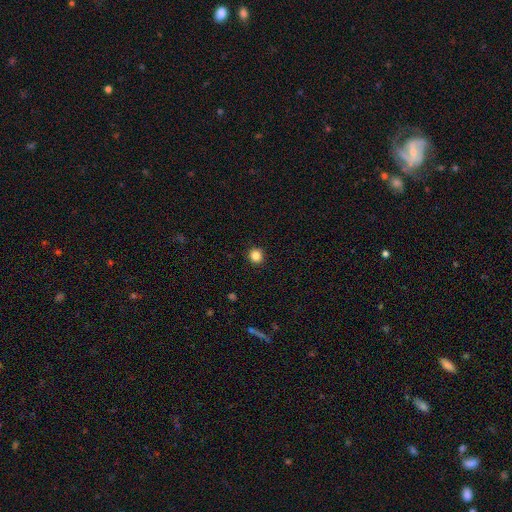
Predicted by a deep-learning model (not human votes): Smooth or featured: smooth — 86% (star or artifact — 11%)
How rounded: round — 94% (in between — 5%)
Merging: none — 93% (minor disturbance — 5%)